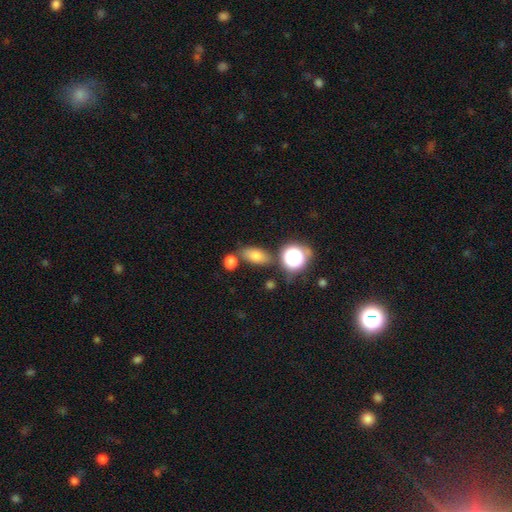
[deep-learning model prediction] Morphology: type=smooth (73%); roundness=in between (82%); merging=none (72%).